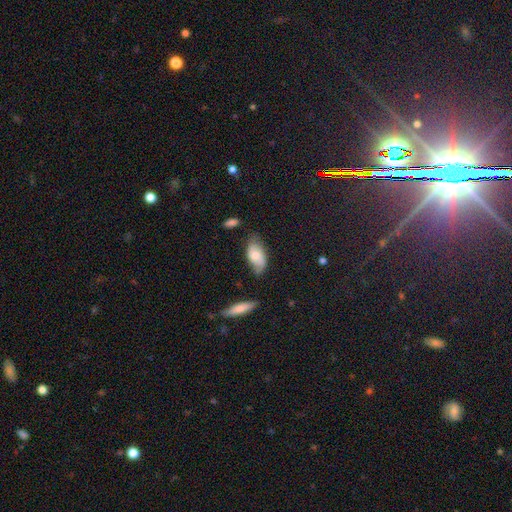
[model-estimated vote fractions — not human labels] Smooth or featured?
  - smooth: 65% *
  - featured or disk: 28%
  - star or artifact: 7%
How rounded?
  - in between: 91% *
  - cigar-shaped: 6%
  - round: 3%
Merging?
  - none: 56% *
  - minor disturbance: 31%
  - major disturbance: 8%
  - merger: 5%